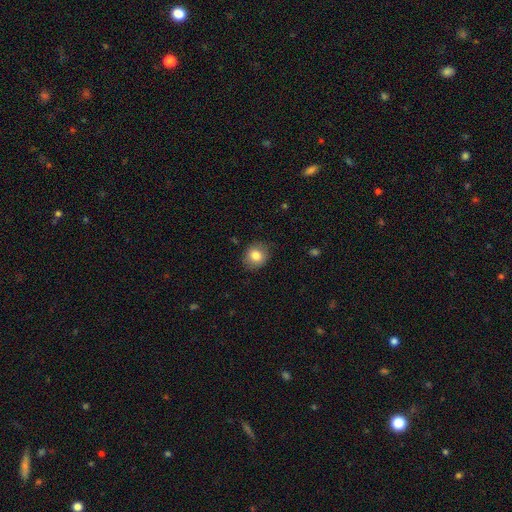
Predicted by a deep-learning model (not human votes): Morphology: type=smooth (83%); roundness=round (71%); merging=none (83%).